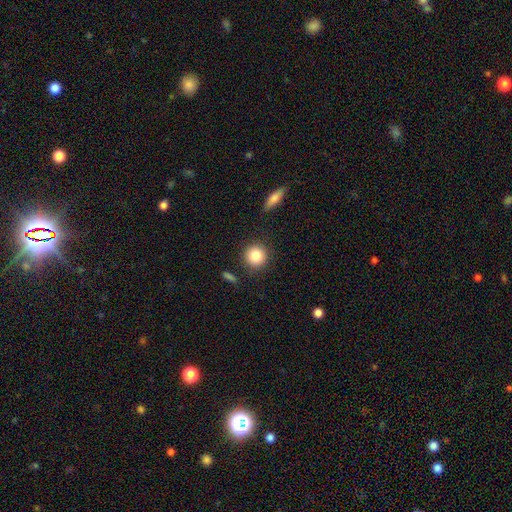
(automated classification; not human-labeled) Morphology: type=smooth (84%); roundness=round (92%); merging=none (87%).